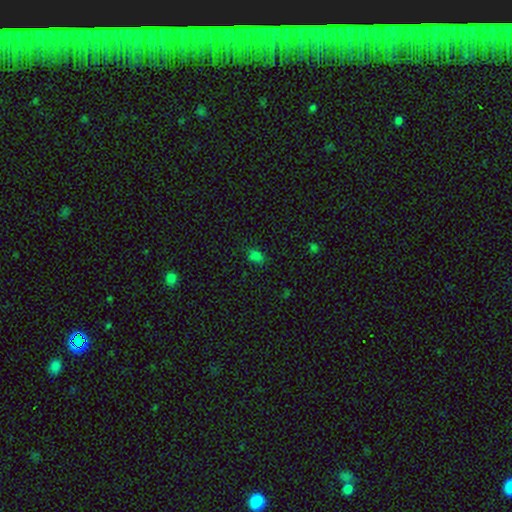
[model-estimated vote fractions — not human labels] Smooth or featured? smooth (71%)
How rounded? in between (73%)
Merging? none (74%)